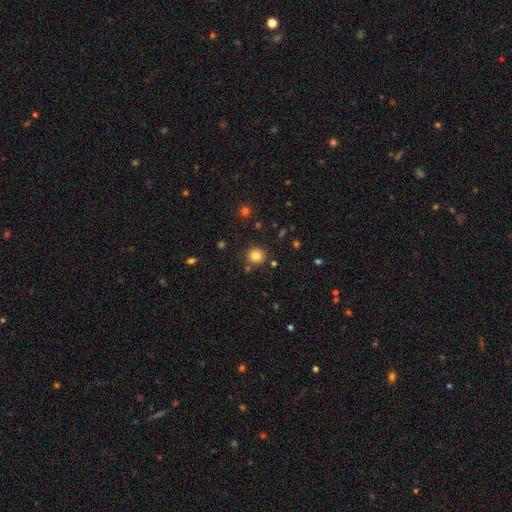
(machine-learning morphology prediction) Smooth or featured: smooth — 82% (star or artifact — 12%)
How rounded: round — 91% (in between — 8%)
Merging: none — 86% (minor disturbance — 7%)